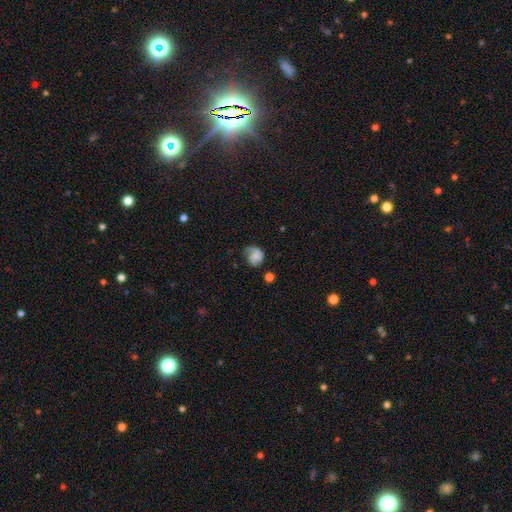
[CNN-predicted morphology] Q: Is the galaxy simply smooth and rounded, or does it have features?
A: featured or disk — 47%.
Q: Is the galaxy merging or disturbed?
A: none — 46%.